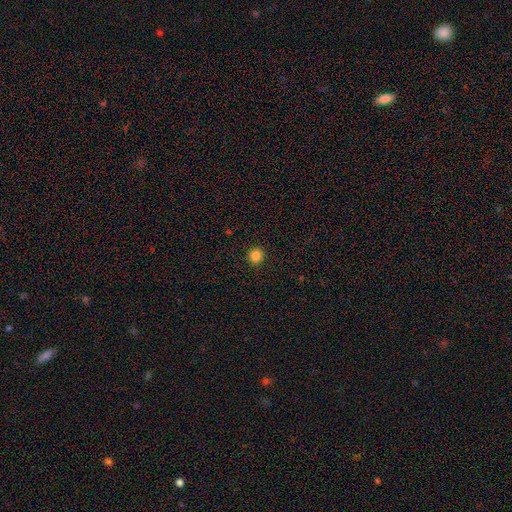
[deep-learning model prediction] smooth 84%, star or artifact 12%, featured or disk 4%. Down the decision tree: how rounded — round (92%); merging — none (93%).